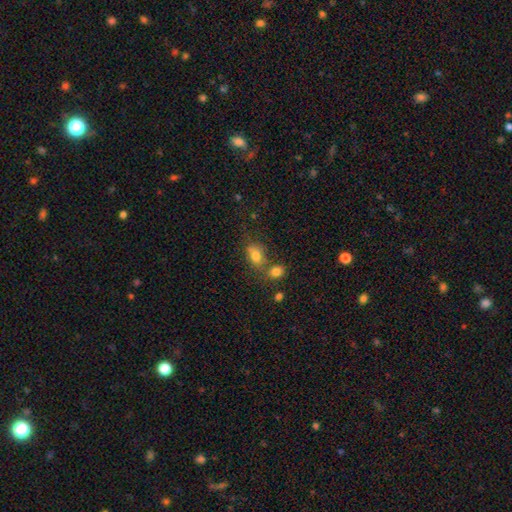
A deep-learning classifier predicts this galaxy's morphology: smooth-or-featured: smooth: 76% | star or artifact: 13% | featured or disk: 11%
  how-rounded: in between: 66% | round: 32% | cigar-shaped: 2%
  merging: none: 48% | merger: 31% | minor disturbance: 15% | major disturbance: 6%